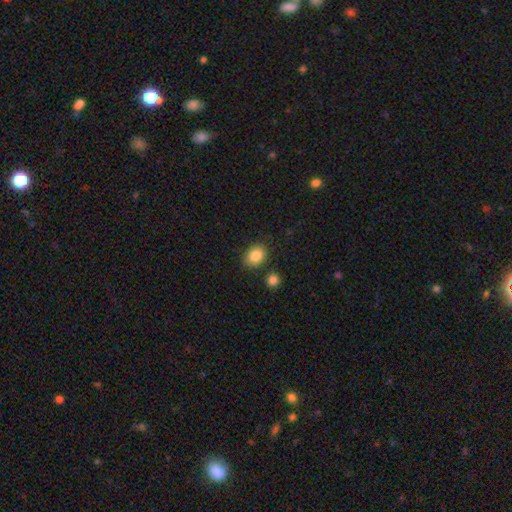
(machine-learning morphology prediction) smooth_or_featured: smooth (p=0.85) [alt: star or artifact p=0.09]
how_rounded: in between (p=0.60) [alt: round p=0.39]
merging: none (p=0.81) [alt: minor disturbance p=0.11]